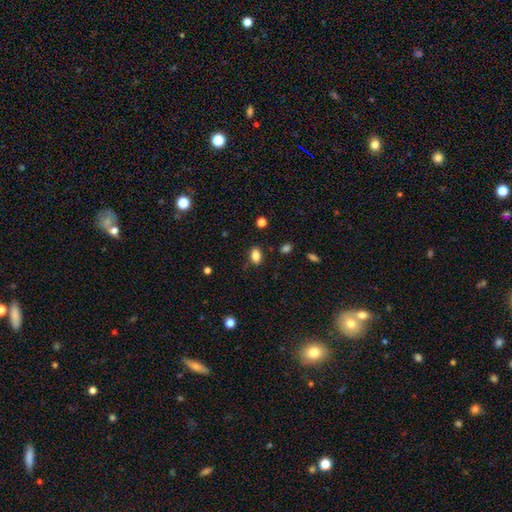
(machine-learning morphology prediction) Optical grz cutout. It shows a smooth galaxy with no disk features (84%) that is in between round and cigar-shaped (84%). Merging: none (83%).